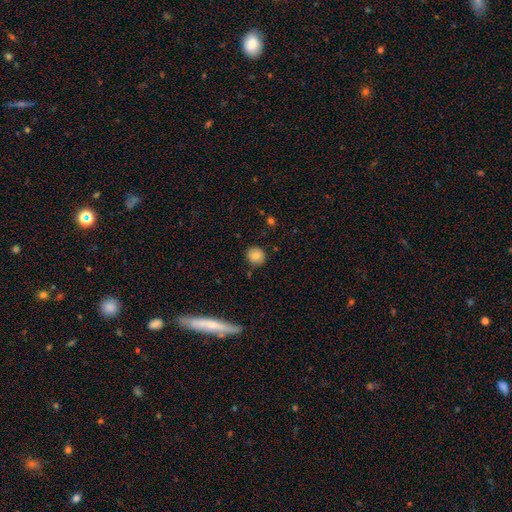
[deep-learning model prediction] smooth 81%, star or artifact 10%, featured or disk 9%. Down the decision tree: how rounded — round (87%); merging — none (86%).